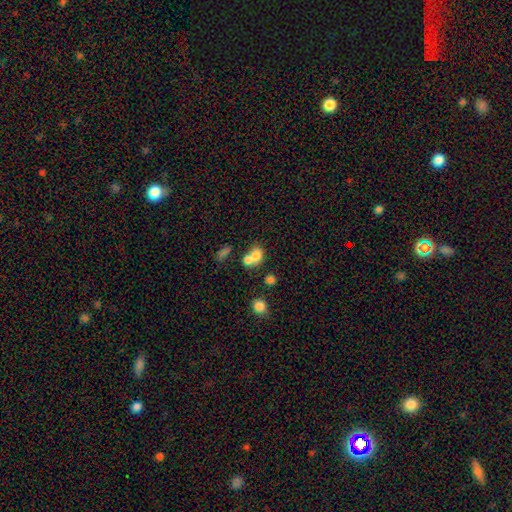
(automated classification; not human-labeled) The model was most divided on "how rounded": round: 50%, in between: 49%, cigar-shaped: 1%. More confident: smooth or featured — smooth (73%); merging — merger (61%).